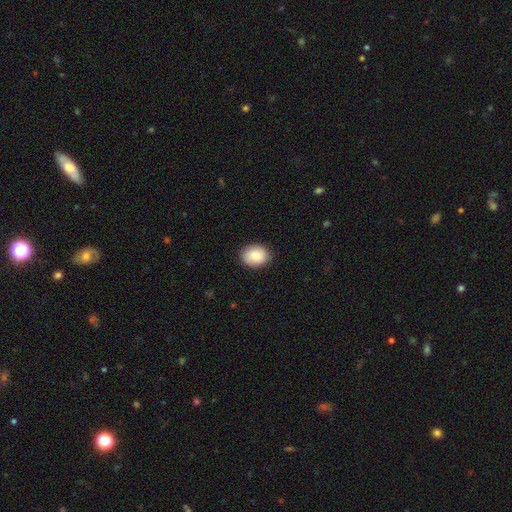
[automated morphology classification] Smooth or featured: smooth — 84% (featured or disk — 9%)
How rounded: in between — 56% (round — 43%)
Merging: none — 88% (minor disturbance — 9%)